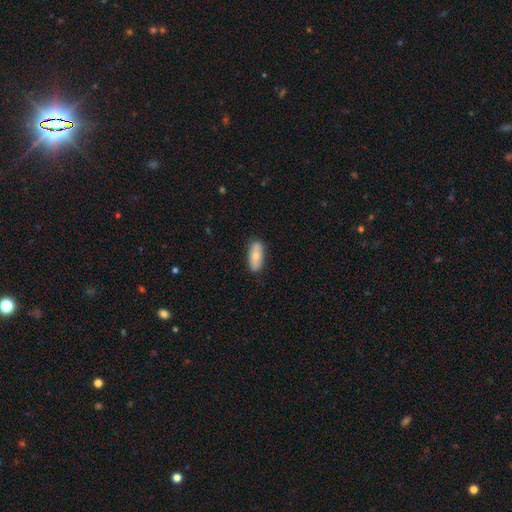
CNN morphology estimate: Smooth or featured: smooth — 71% (featured or disk — 23%)
How rounded: in between — 78% (cigar-shaped — 19%)
Merging: none — 84% (minor disturbance — 12%)